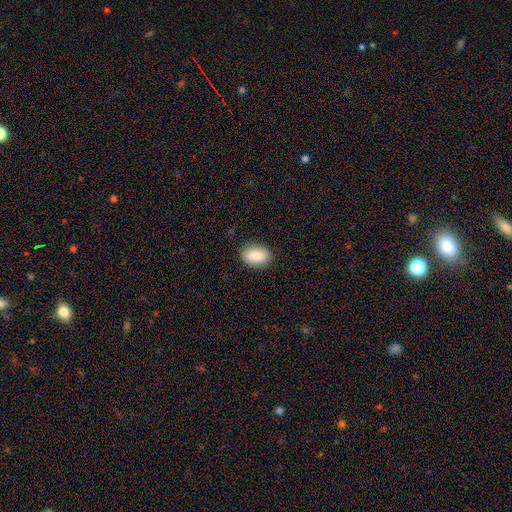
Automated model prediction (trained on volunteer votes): Overall: smooth (83%). How rounded: in between (81%). Merging: none (86%).